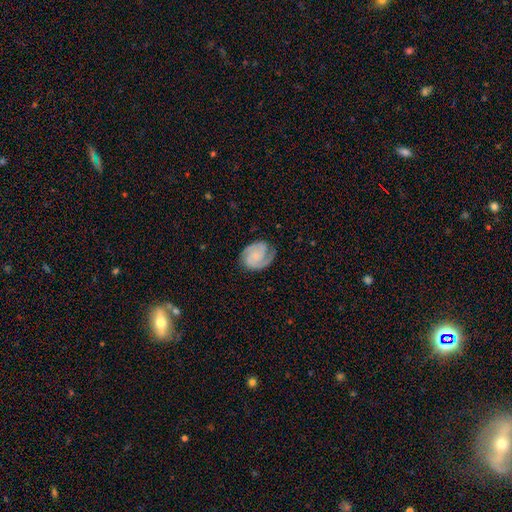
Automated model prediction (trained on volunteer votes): Smooth or featured? featured or disk (78%)
Edge-on disk? no (98%)
Bar? no (69%)
Spiral arms? yes (97%)
Spiral winding? tight (53%)
Spiral arm count? 2 (72%)
Bulge size? small (62%)
Merging? none (72%)